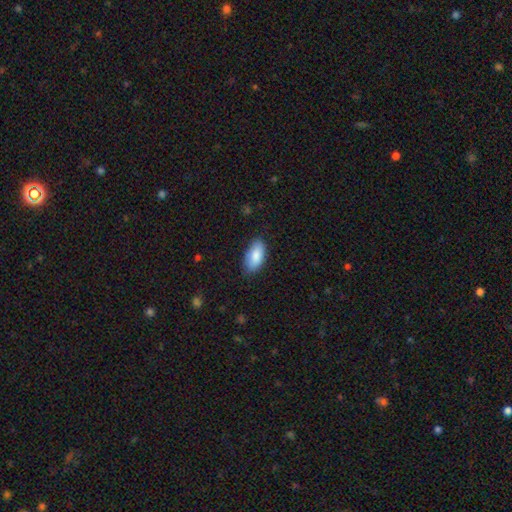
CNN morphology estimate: Q: Smooth or featured?
A: smooth (85%); runner-up: featured or disk (9%)
Q: How rounded?
A: in between (93%); runner-up: cigar-shaped (5%)
Q: Merging?
A: none (79%); runner-up: minor disturbance (17%)